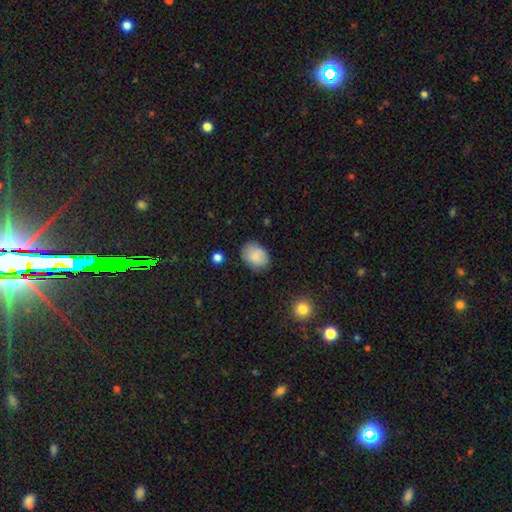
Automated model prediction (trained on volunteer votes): smooth 83%, featured or disk 9%, star or artifact 8%. Down the decision tree: how rounded — in between (69%); merging — none (80%).